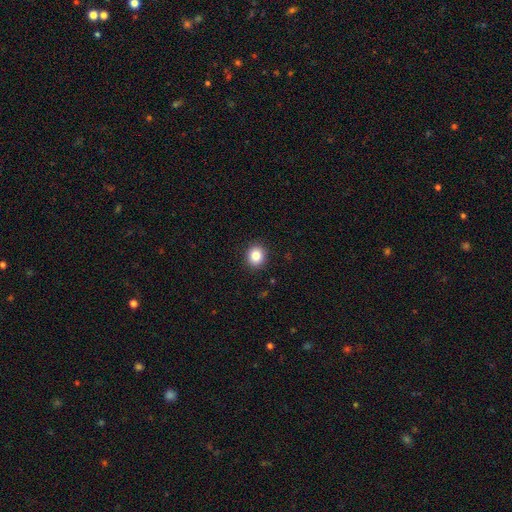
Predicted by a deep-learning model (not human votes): smooth_or_featured: smooth (p=0.85) [alt: star or artifact p=0.10]
how_rounded: round (p=0.71) [alt: in between p=0.28]
merging: none (p=0.91) [alt: minor disturbance p=0.06]